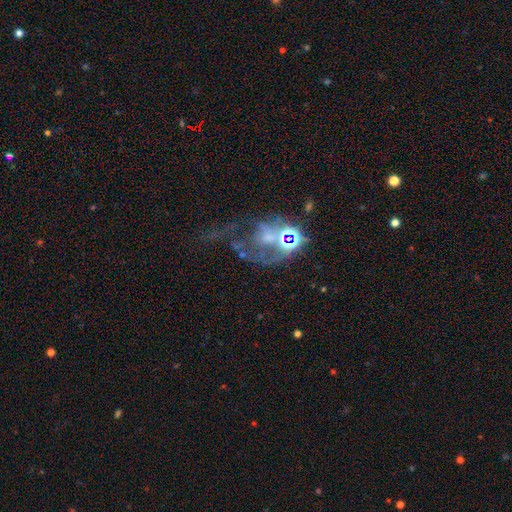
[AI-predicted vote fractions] This appears to be a featured or disk galaxy (56%) with no bar (81%), no spiral arms (61%) and no central bulge (40%). Merging: major disturbance (43%).